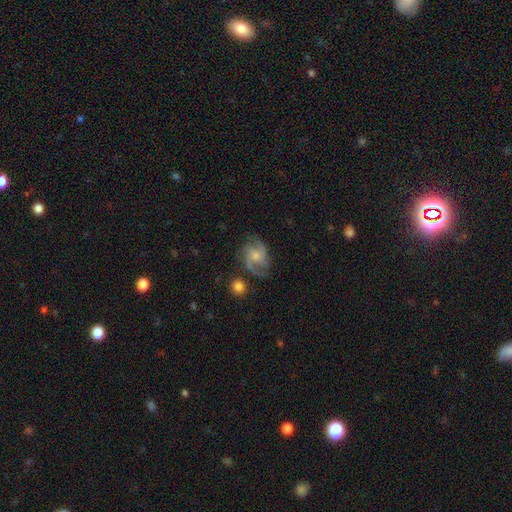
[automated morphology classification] Smooth or featured? Predicted: featured or disk (p=0.79). Edge-on disk? Predicted: no (p=0.98). Bar? Predicted: no (p=0.63). Spiral arms? Predicted: yes (p=0.95). Spiral winding? Predicted: medium (p=0.53). Spiral arm count? Predicted: 3 (p=0.42). Bulge size? Predicted: small (p=0.47). Merging? Predicted: none (p=0.66).